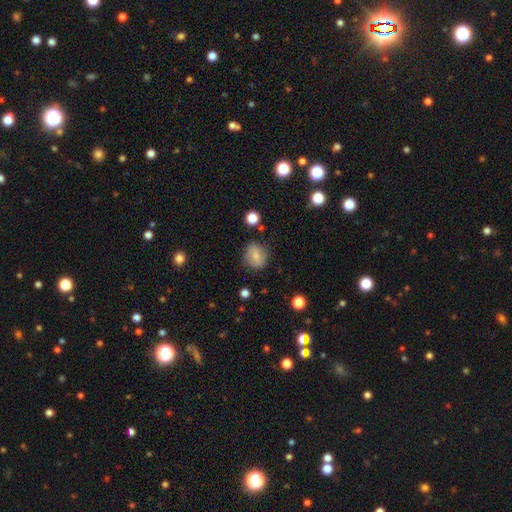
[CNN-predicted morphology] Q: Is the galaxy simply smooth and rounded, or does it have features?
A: smooth — 68%.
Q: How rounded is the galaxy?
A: round — 73%.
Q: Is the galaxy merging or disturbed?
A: none — 77%.